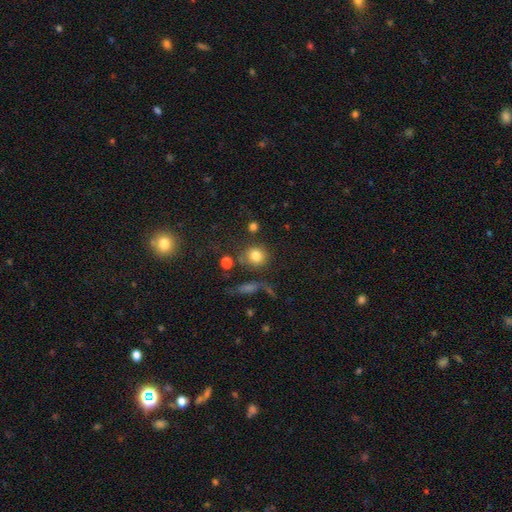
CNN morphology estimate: smooth_or_featured: smooth (p=0.81) [alt: star or artifact p=0.11]
how_rounded: round (p=0.84) [alt: in between p=0.15]
merging: none (p=0.74) [alt: minor disturbance p=0.11]